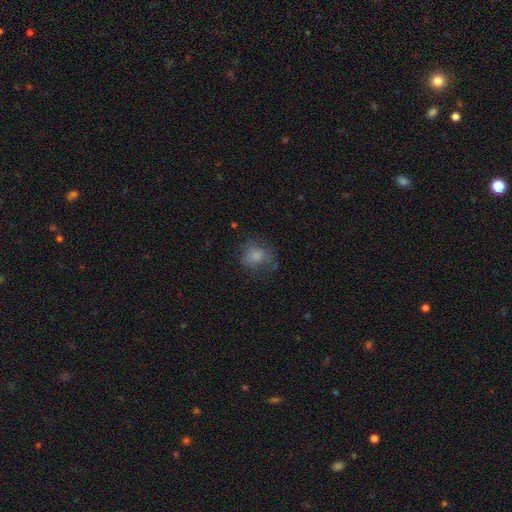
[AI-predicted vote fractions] Morphology: type=smooth (74%); roundness=round (69%); merging=none (56%).